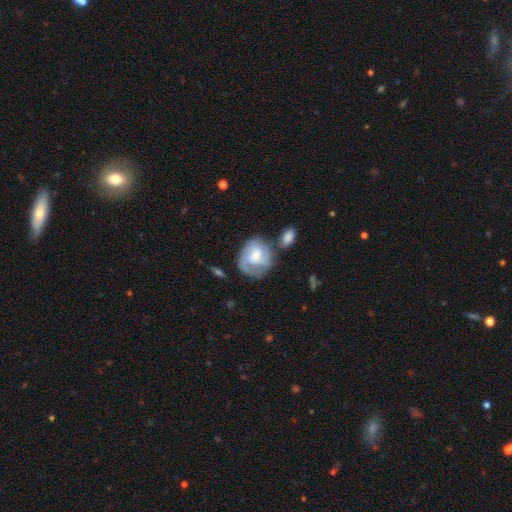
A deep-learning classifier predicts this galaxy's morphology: This appears to be a featured or disk galaxy (51%). Merging: none (45%).